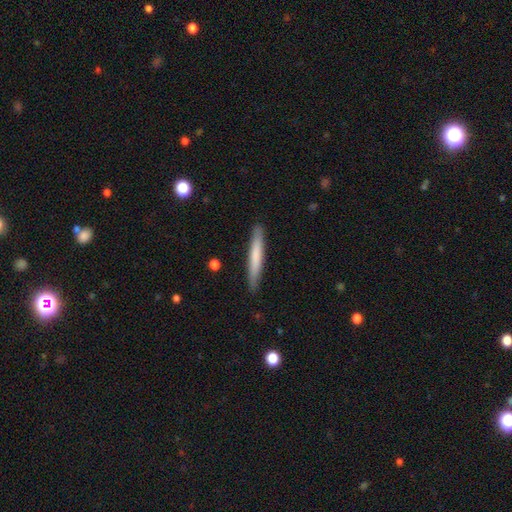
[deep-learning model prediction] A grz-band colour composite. It shows a smooth galaxy with no disk features (69%) that is cigar-shaped (95%). Merging: none (89%).